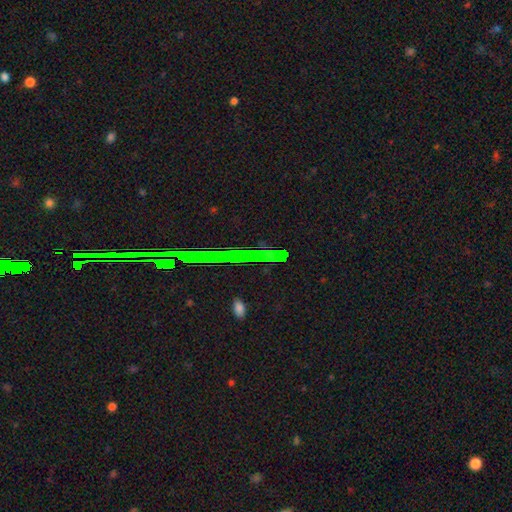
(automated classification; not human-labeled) Q: Smooth or featured?
A: star or artifact (77%); runner-up: featured or disk (12%)